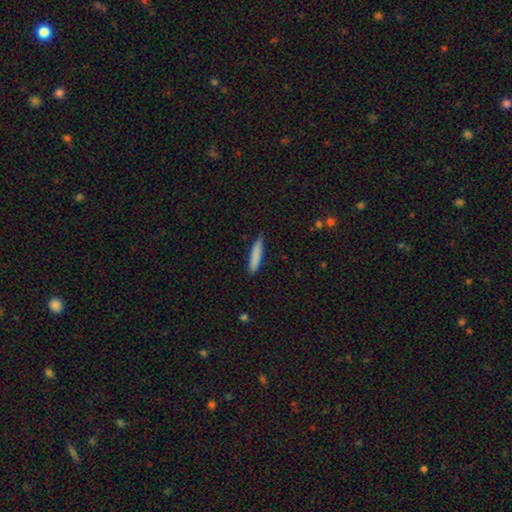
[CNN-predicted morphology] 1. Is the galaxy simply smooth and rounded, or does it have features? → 84% smooth, 10% featured or disk, 6% star or artifact.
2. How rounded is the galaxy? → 87% cigar-shaped, 12% in between, 1% round.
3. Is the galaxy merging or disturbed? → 83% none, 14% minor disturbance, 2% major disturbance, 1% merger.